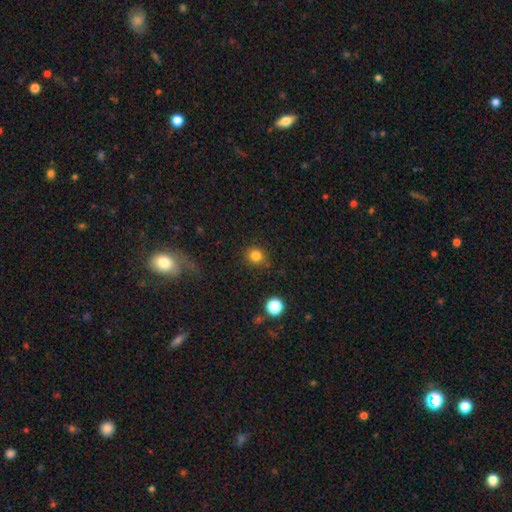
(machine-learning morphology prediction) smooth 82%, star or artifact 13%, featured or disk 5%. Down the decision tree: how rounded — round (89%); merging — none (84%).